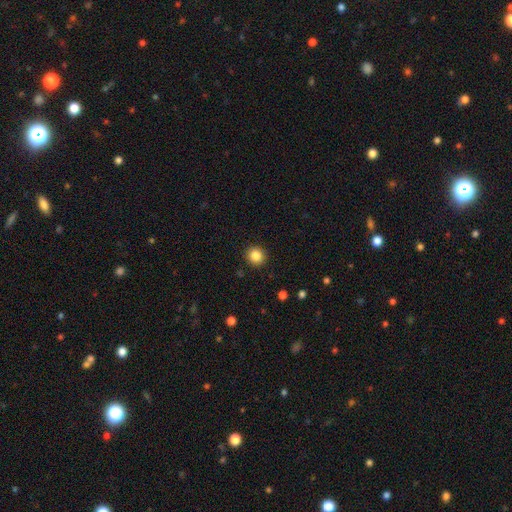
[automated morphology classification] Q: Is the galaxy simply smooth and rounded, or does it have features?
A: smooth — 85%.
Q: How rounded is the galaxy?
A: round — 91%.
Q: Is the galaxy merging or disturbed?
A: none — 92%.